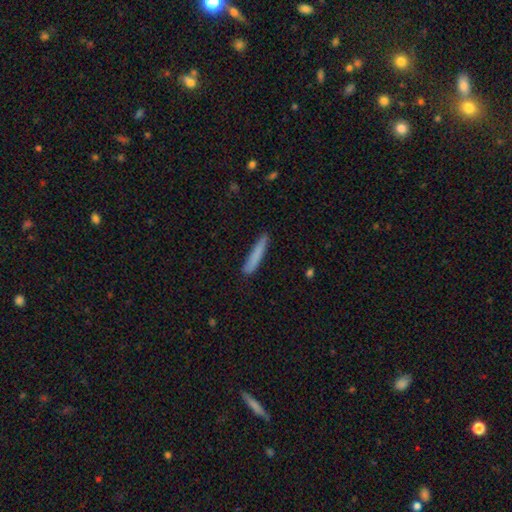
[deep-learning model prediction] Smooth or featured? Predicted: smooth (p=0.81). How rounded? Predicted: cigar-shaped (p=0.94). Merging? Predicted: none (p=0.84).